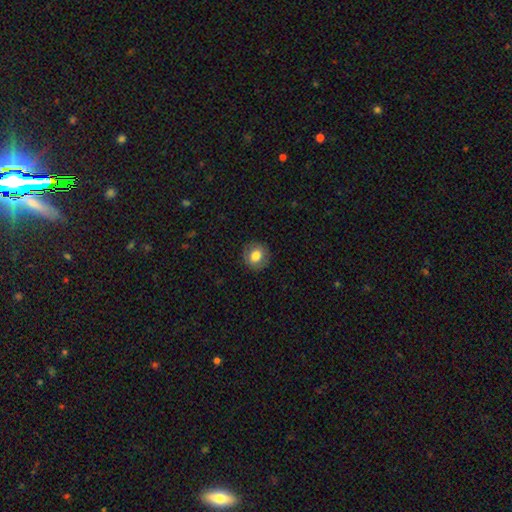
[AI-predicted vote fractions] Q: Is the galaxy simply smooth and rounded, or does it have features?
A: smooth — 77%.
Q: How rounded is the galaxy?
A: round — 85%.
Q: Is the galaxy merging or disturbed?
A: none — 88%.